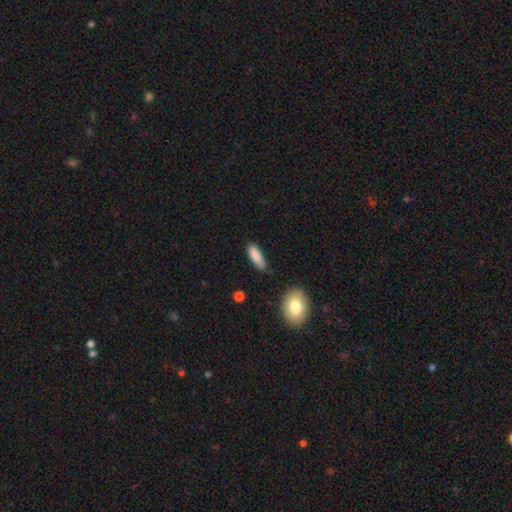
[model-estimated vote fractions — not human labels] This appears to be a smooth galaxy with no disk features (86%) that is in between round and cigar-shaped (59%). Merging: none (70%).